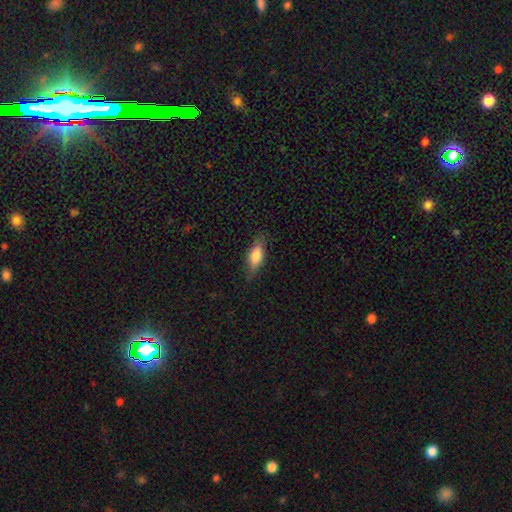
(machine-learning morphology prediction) type=smooth (74%); roundness=in between (66%); merging=none (79%).